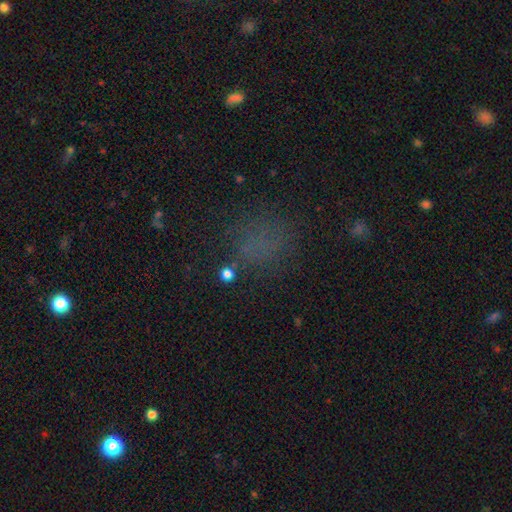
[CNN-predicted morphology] type=smooth (59%); roundness=round (67%); merging=none (75%).